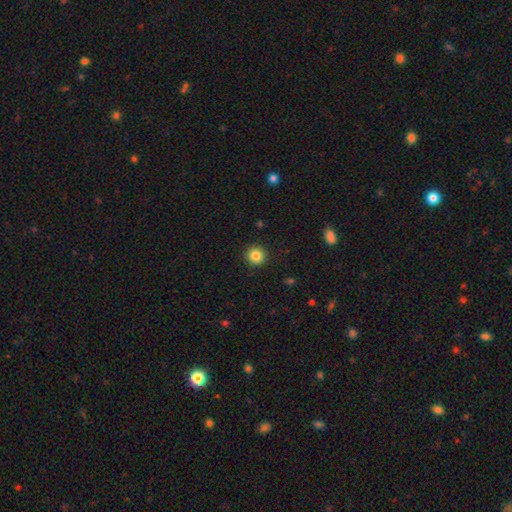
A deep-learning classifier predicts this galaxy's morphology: Overall: smooth (85%). How rounded: round (94%). Merging: none (92%).